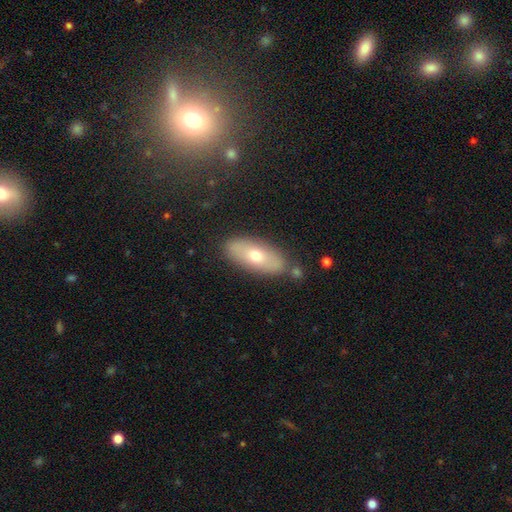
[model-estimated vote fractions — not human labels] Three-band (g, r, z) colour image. It shows a smooth galaxy with no disk features (57%) that is in between round and cigar-shaped (79%). Merging: none (82%).